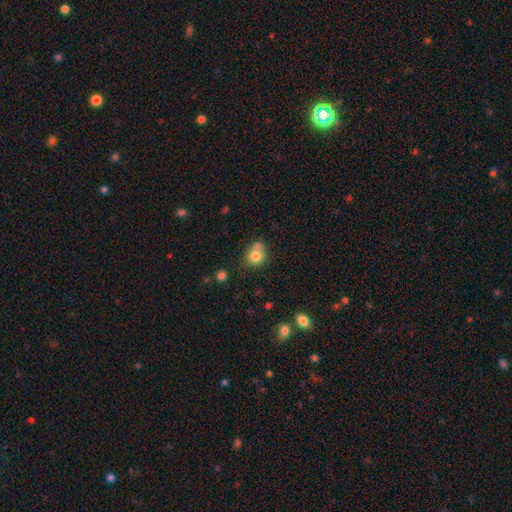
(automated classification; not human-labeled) Smooth or featured? smooth (78%)
How rounded? round (70%)
Merging? none (48%)